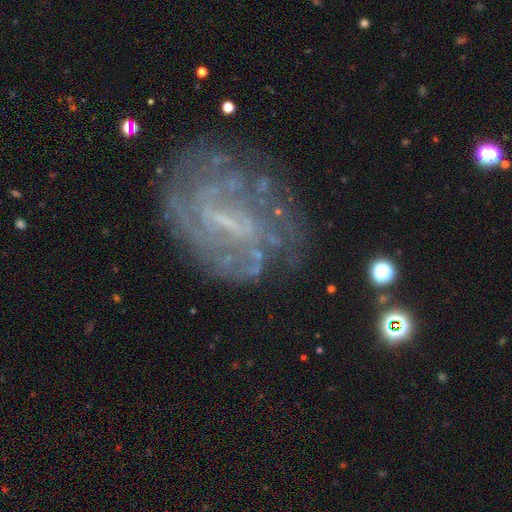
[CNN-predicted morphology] smooth-or-featured: featured or disk: 81% | star or artifact: 10% | smooth: 10%
  disk-edge-on: no: 96% | yes: 4%
    bar: weak: 45% | strong: 37% | no: 19%
    has-spiral-arms: yes: 77% | no: 23%
      spiral-winding: tight: 55% | medium: 32% | loose: 13%
      spiral-arm-count: can't tell: 50% | 2: 19% | 3: 11% | 4: 8% | 1: 6% | more than 4: 6%
    bulge-size: small: 41% | none: 40% | moderate: 17% | large: 2% | dominant: 1%
  merging: none: 60% | minor disturbance: 19% | major disturbance: 17% | merger: 3%